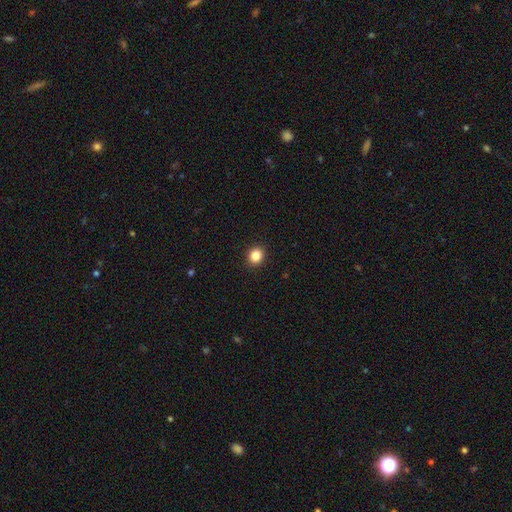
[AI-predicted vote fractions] A smooth galaxy with no disk features (85%) that is round (75%). Merging: none (92%).